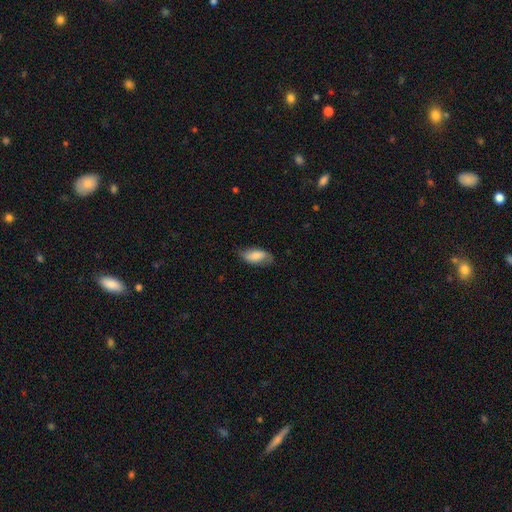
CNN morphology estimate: Q: Smooth or featured?
A: smooth (73%); runner-up: featured or disk (20%)
Q: How rounded?
A: in between (89%); runner-up: cigar-shaped (8%)
Q: Merging?
A: none (68%); runner-up: minor disturbance (24%)